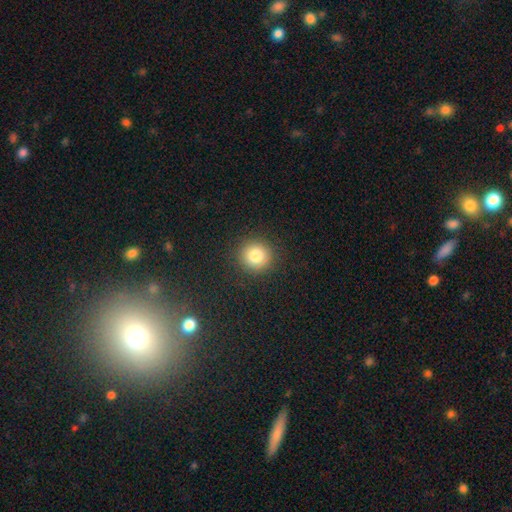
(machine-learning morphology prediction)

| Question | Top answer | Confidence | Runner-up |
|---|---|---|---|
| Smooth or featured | smooth | 81% | star or artifact (12%) |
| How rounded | round | 92% | in between (7%) |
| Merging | none | 90% | minor disturbance (6%) |